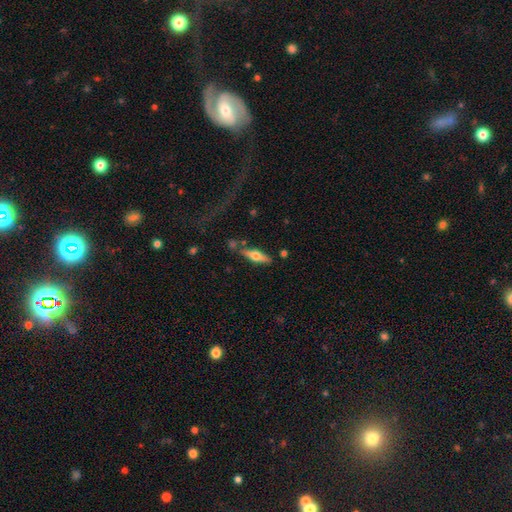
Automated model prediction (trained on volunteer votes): Q: Smooth or featured?
A: featured or disk (48%); runner-up: smooth (46%)
Q: Merging?
A: none (77%); runner-up: minor disturbance (13%)